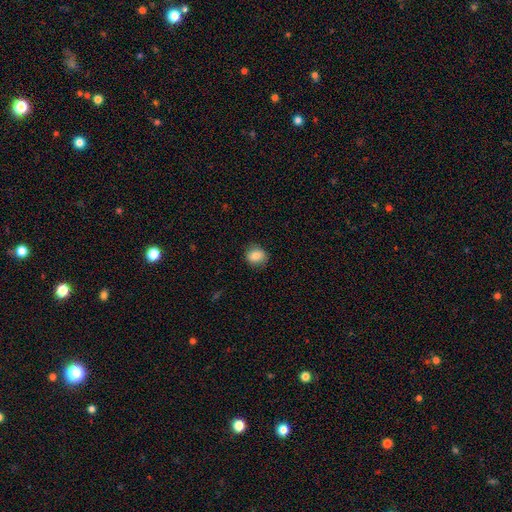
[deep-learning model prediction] This is clearly a smooth galaxy (81%). How rounded: likely round (74%). Merging: clearly none (85%).